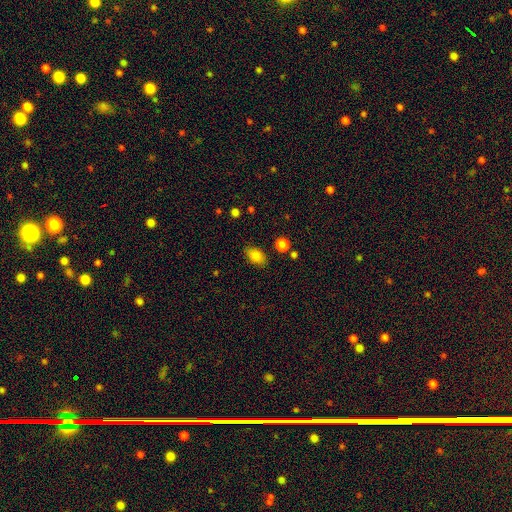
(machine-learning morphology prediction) Overall: smooth (85%). How rounded: in between (87%). Merging: none (82%).